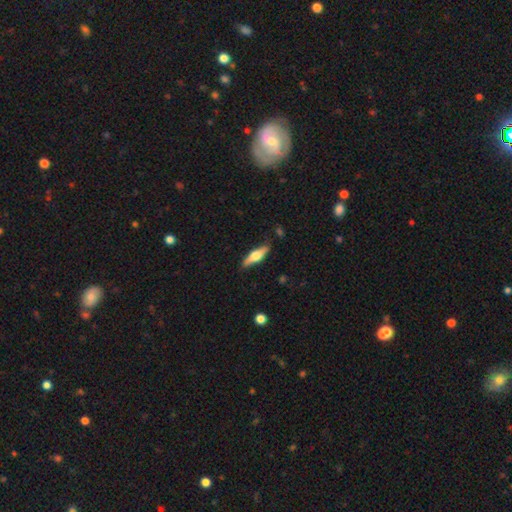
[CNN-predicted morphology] Smooth or featured: featured or disk — 56% (smooth — 38%)
Edge-on disk: yes — 94% (no — 6%)
Edge-on bulge: rounded — 92% (boxy — 6%)
Merging: none — 84% (minor disturbance — 12%)